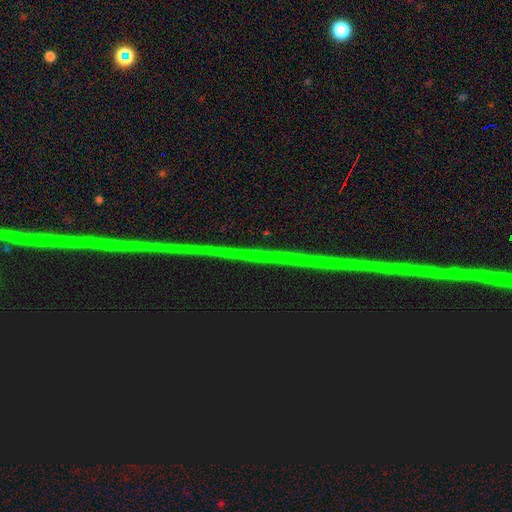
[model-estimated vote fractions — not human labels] Smooth or featured? Predicted: star or artifact (p=0.89).